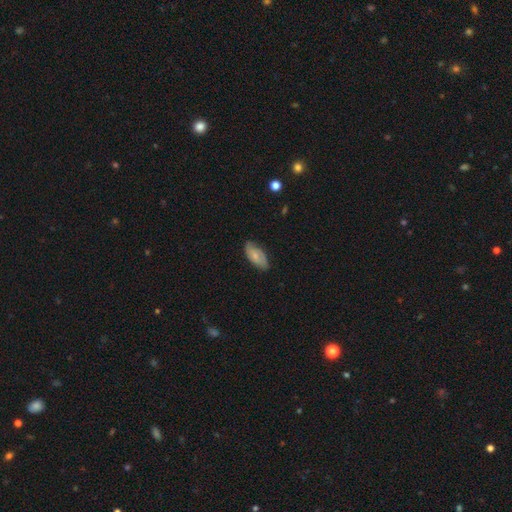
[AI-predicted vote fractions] Smooth or featured: smooth — 55% (featured or disk — 39%)
How rounded: in between — 91% (cigar-shaped — 6%)
Merging: none — 74% (minor disturbance — 21%)